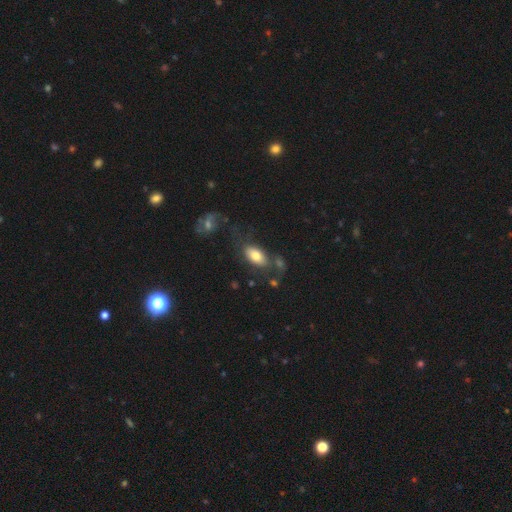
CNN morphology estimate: smooth-or-featured: smooth: 76% | featured or disk: 17% | star or artifact: 7%
  how-rounded: in between: 92% | cigar-shaped: 4% | round: 4%
  merging: none: 62% | minor disturbance: 17% | merger: 11% | major disturbance: 10%